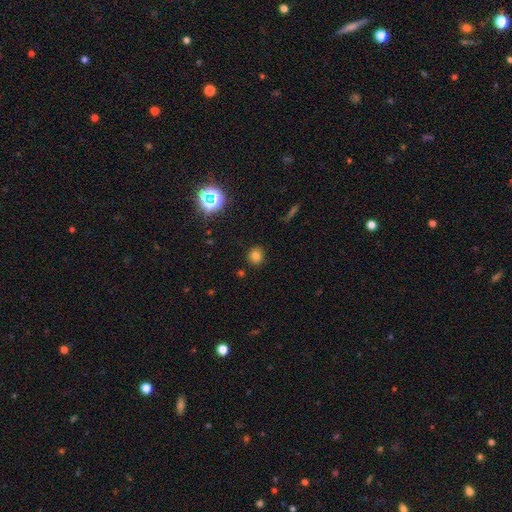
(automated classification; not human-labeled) smooth_or_featured: smooth (p=0.75) [alt: star or artifact p=0.18]
how_rounded: round (p=0.89) [alt: in between p=0.10]
merging: none (p=0.88) [alt: minor disturbance p=0.07]